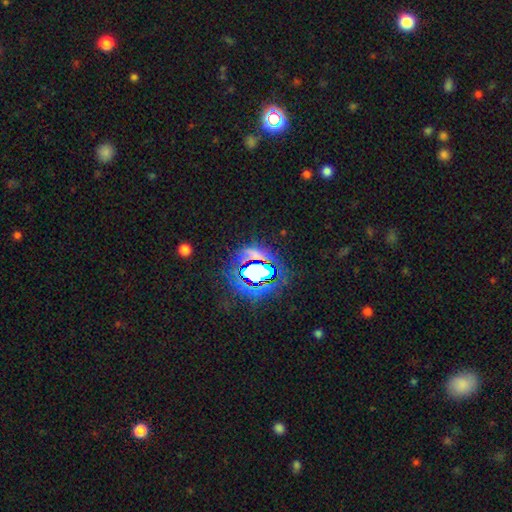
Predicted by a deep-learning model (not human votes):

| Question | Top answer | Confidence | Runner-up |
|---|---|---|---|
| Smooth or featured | star or artifact | 73% | smooth (18%) |